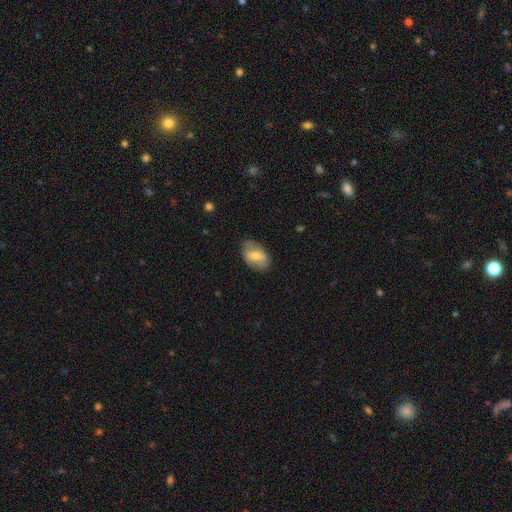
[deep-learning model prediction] smooth 55%, featured or disk 38%, star or artifact 7%. Down the decision tree: how rounded — in between (89%); merging — none (77%).